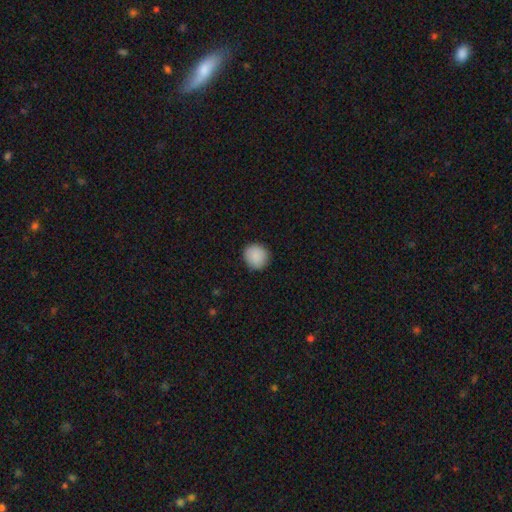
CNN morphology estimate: This appears to be a smooth galaxy with no disk features (89%) that is round (90%). Merging: none (89%).